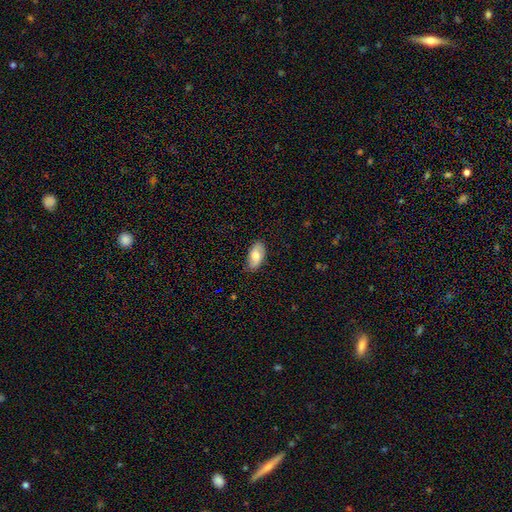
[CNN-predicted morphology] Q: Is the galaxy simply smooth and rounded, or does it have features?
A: smooth — 68%.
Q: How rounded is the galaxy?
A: in between — 94%.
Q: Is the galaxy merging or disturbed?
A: none — 81%.